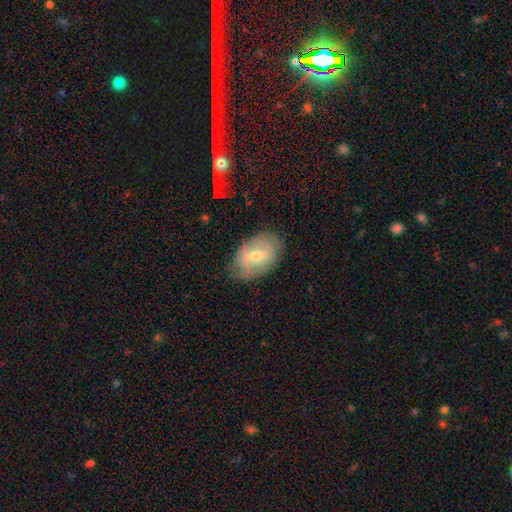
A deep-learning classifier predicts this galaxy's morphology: Smooth or featured? featured or disk (49%)
Merging? none (73%)